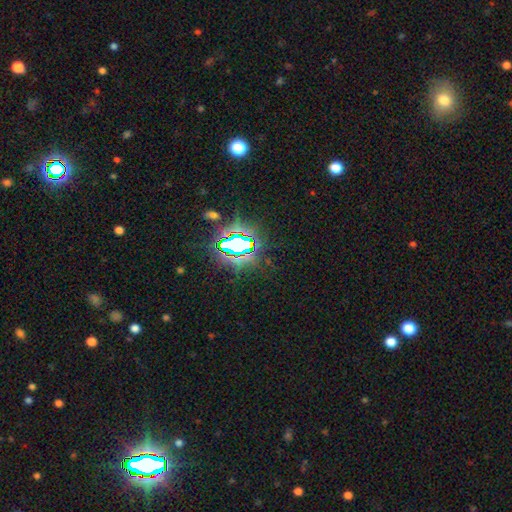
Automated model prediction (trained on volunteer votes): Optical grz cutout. It shows a star or artifact, not a galaxy (83%).